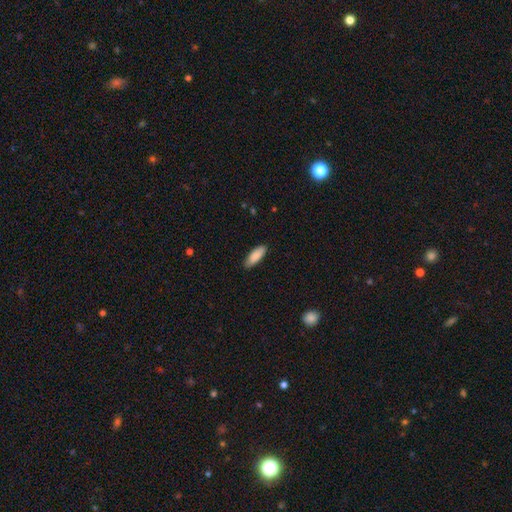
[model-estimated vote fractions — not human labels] Smooth or featured? smooth (88%)
How rounded? in between (67%)
Merging? none (86%)